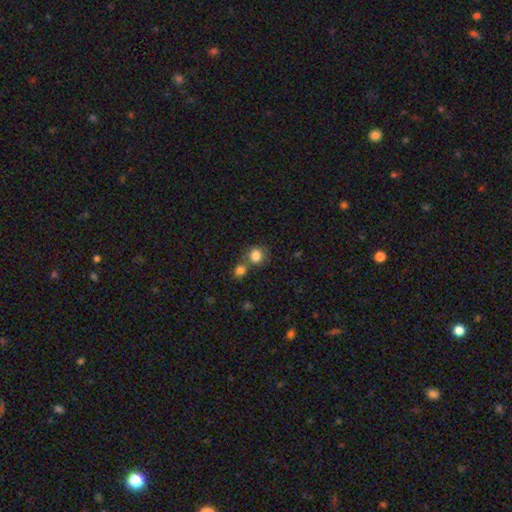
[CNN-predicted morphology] smooth-or-featured: smooth: 83% | star or artifact: 10% | featured or disk: 7%
  how-rounded: round: 83% | in between: 16% | cigar-shaped: 1%
  merging: none: 54% | merger: 31% | minor disturbance: 10% | major disturbance: 4%